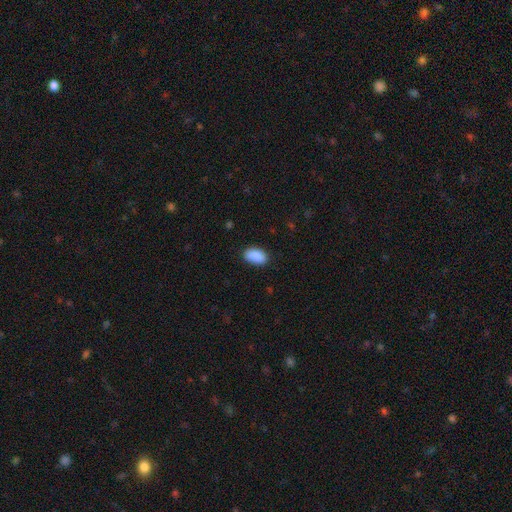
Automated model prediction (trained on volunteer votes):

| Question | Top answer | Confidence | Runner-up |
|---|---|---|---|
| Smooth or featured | smooth | 90% | star or artifact (7%) |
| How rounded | in between | 94% | round (5%) |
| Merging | none | 85% | minor disturbance (11%) |